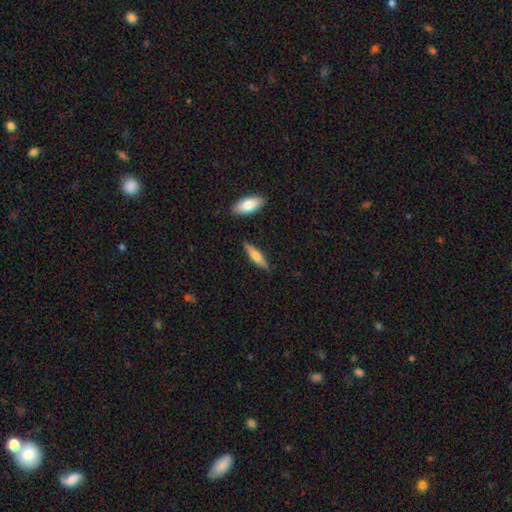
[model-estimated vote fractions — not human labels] Overall: smooth (55%; featured or disk 39%). How rounded: cigar-shaped (71%). Merging: none (85%).